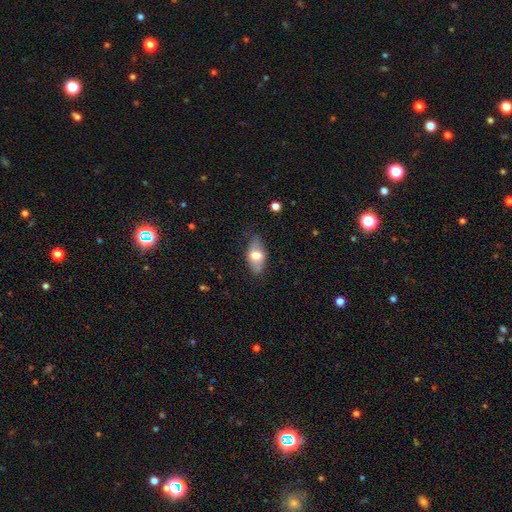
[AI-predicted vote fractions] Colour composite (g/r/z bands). It shows a smooth galaxy with no disk features (61%) that is in between round and cigar-shaped (87%). Merging: none (76%).